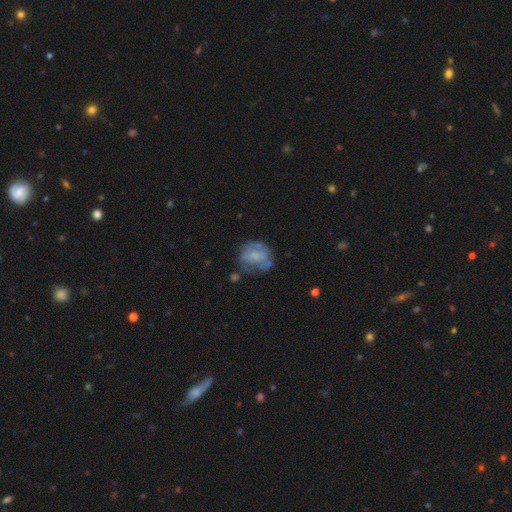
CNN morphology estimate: Q: Smooth or featured?
A: smooth (46%); runner-up: featured or disk (45%)
Q: Merging?
A: none (52%); runner-up: minor disturbance (24%)